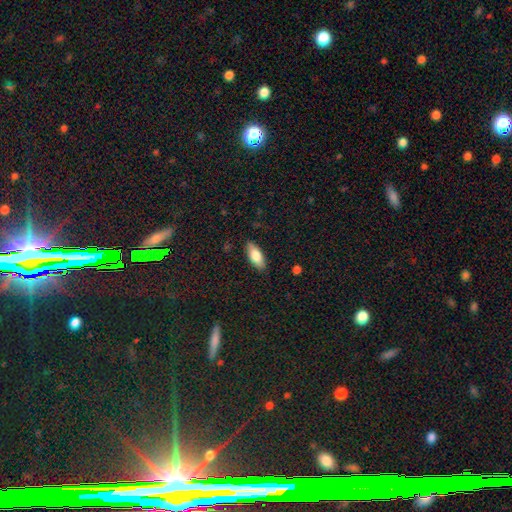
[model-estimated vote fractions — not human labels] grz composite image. It shows a smooth galaxy with no disk features (80%) that is in between round and cigar-shaped (81%). Merging: none (86%).